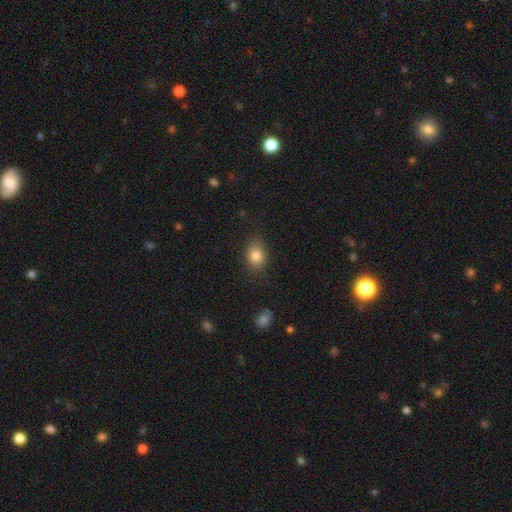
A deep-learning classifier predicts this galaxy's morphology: A smooth galaxy with no disk features (82%) that is in between round and cigar-shaped (68%). Merging: none (82%).